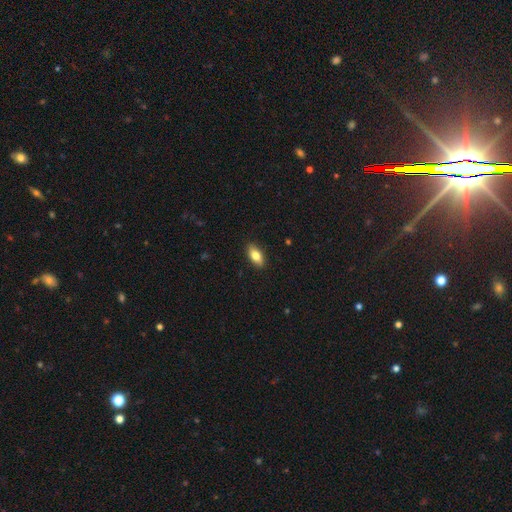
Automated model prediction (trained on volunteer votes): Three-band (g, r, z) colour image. It shows a smooth galaxy with no disk features (80%) that is in between round and cigar-shaped (87%). Merging: none (89%).